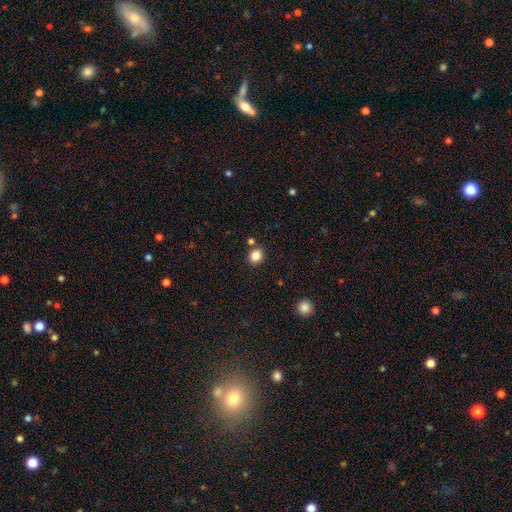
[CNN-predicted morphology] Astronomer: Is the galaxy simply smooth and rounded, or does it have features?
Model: smooth — 85%.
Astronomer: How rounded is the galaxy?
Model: round — 71%.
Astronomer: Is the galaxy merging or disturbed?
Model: none — 82%.